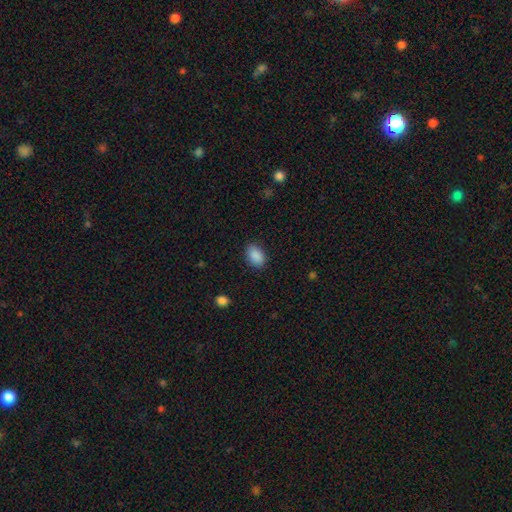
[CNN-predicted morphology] A smooth galaxy with no disk features (89%) that is in between round and cigar-shaped (86%). Merging: none (84%).